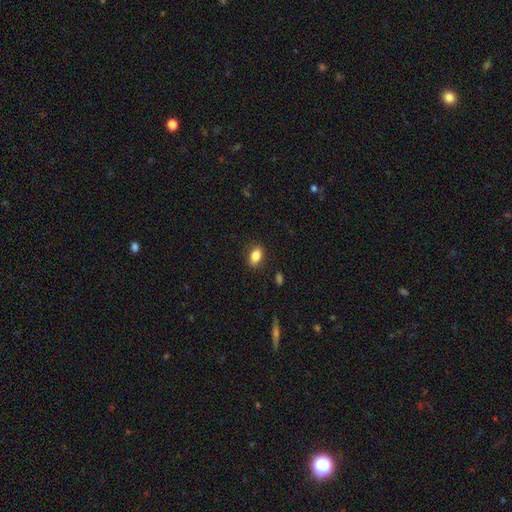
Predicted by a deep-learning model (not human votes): Smooth or featured? smooth (85%)
How rounded? in between (85%)
Merging? none (87%)